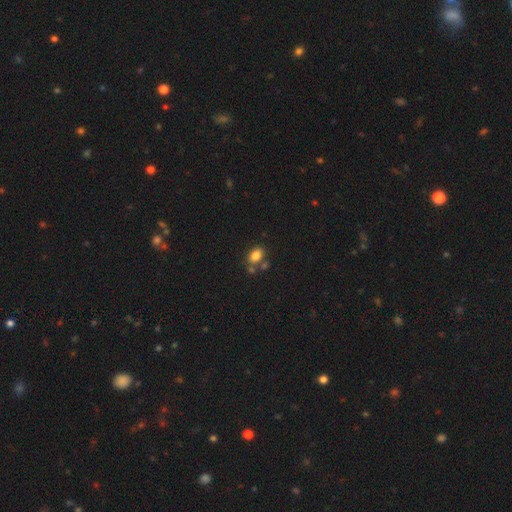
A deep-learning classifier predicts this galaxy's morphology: smooth 82%, star or artifact 11%, featured or disk 7%. Down the decision tree: how rounded — in between (75%); merging — none (64%).